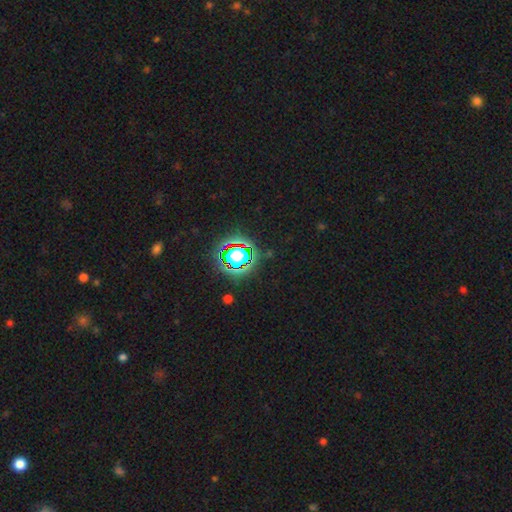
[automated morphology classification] Q: Smooth or featured?
A: star or artifact (81%); runner-up: smooth (12%)